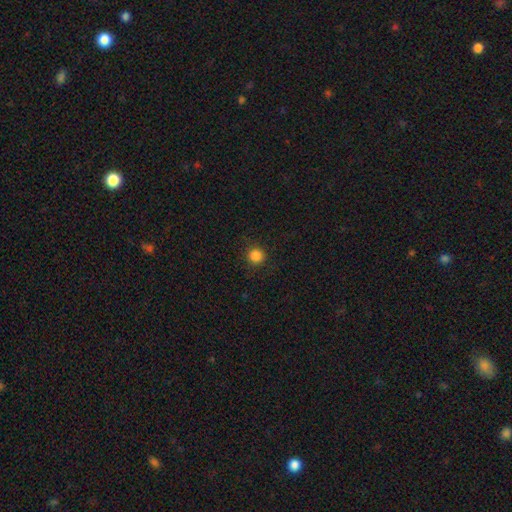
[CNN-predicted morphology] type=smooth (85%); roundness=round (95%); merging=none (91%).